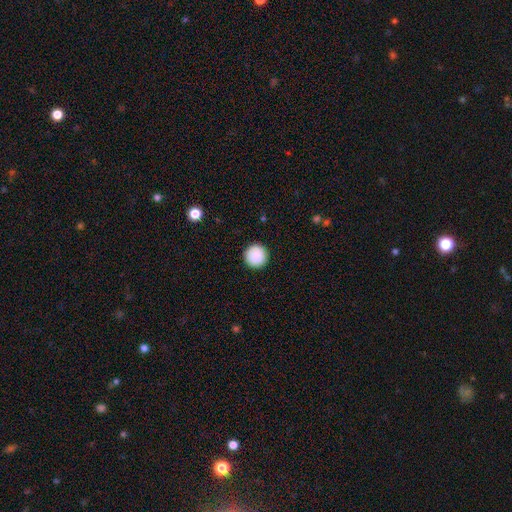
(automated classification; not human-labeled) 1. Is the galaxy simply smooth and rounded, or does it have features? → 89% smooth, 8% star or artifact, 3% featured or disk.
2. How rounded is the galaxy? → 97% round, 2% in between, 1% cigar-shaped.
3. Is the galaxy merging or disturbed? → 93% none, 5% minor disturbance, 2% major disturbance, 1% merger.